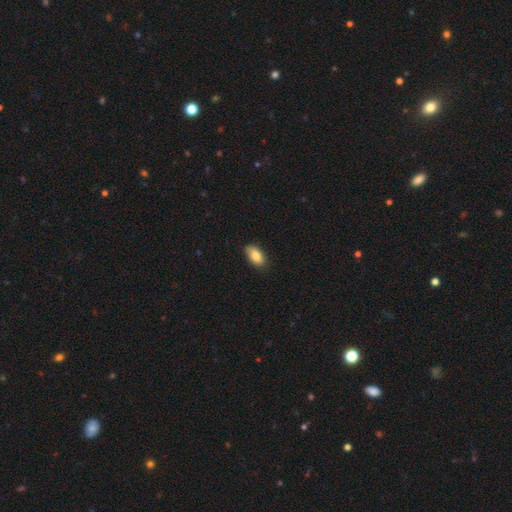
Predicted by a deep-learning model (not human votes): smooth 85%, featured or disk 8%, star or artifact 7%. Down the decision tree: how rounded — in between (93%); merging — none (83%).